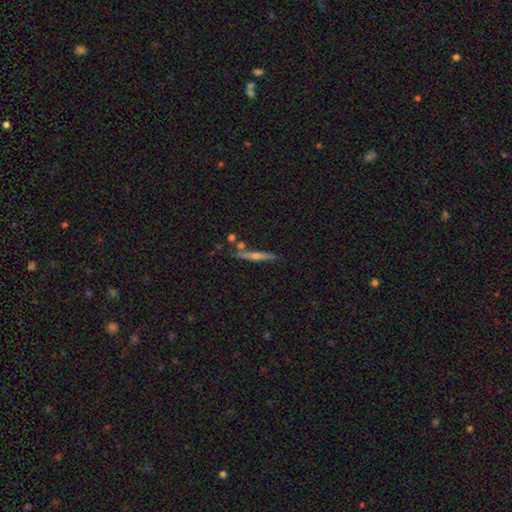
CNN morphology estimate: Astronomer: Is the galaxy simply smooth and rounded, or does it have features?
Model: featured or disk — 70%.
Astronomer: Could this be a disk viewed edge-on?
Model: yes — 96%.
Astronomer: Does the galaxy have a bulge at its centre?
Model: rounded — 78%.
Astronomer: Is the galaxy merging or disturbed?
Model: none — 80%.